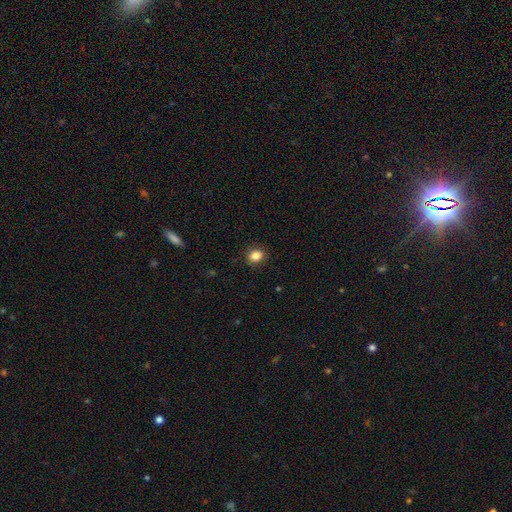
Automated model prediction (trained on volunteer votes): Smooth or featured? Predicted: smooth (p=0.86). How rounded? Predicted: round (p=0.58). Merging? Predicted: none (p=0.89).